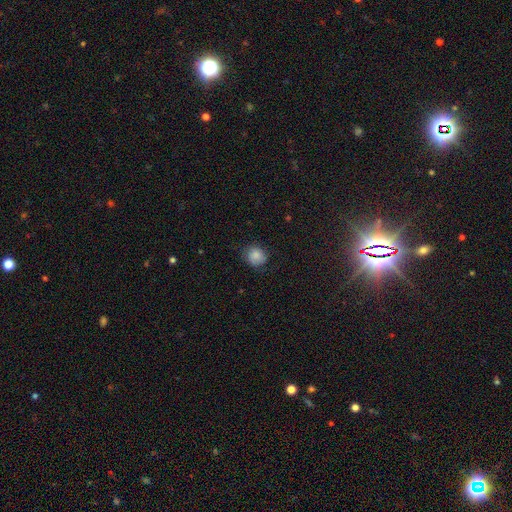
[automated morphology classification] Smooth or featured: smooth — 82% (star or artifact — 9%)
How rounded: round — 78% (in between — 22%)
Merging: none — 73% (minor disturbance — 21%)